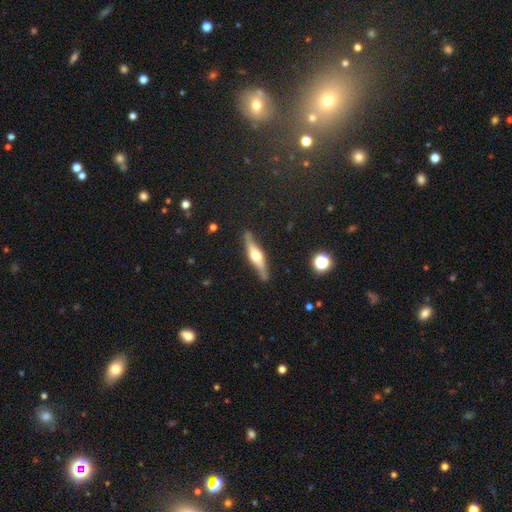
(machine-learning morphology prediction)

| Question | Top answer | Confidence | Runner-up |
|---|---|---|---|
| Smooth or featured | featured or disk | 67% | smooth (27%) |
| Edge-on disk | yes | 93% | no (7%) |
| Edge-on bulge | rounded | 89% | boxy (8%) |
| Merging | none | 86% | minor disturbance (10%) |